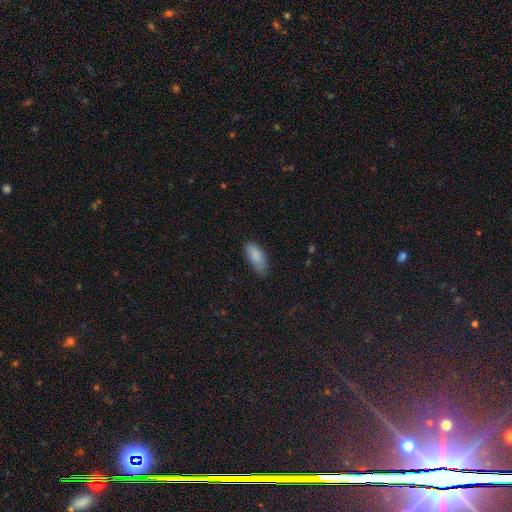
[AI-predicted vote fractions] Q: Smooth or featured?
A: smooth (87%); runner-up: star or artifact (7%)
Q: How rounded?
A: in between (87%); runner-up: cigar-shaped (11%)
Q: Merging?
A: none (68%); runner-up: minor disturbance (26%)